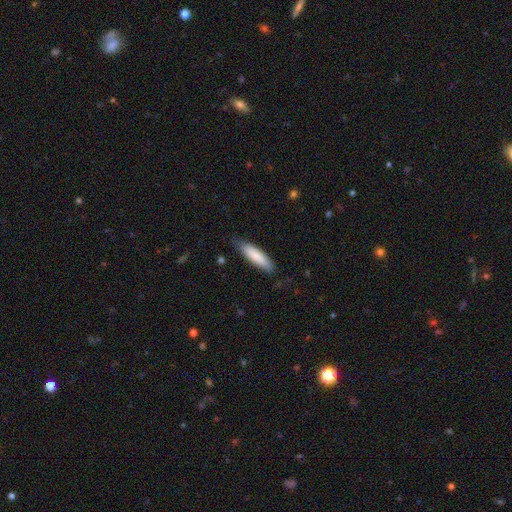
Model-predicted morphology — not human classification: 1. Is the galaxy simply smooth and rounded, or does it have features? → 84% smooth, 10% featured or disk, 5% star or artifact.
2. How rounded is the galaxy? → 67% cigar-shaped, 32% in between, 1% round.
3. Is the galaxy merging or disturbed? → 80% none, 16% minor disturbance, 3% major disturbance, 1% merger.